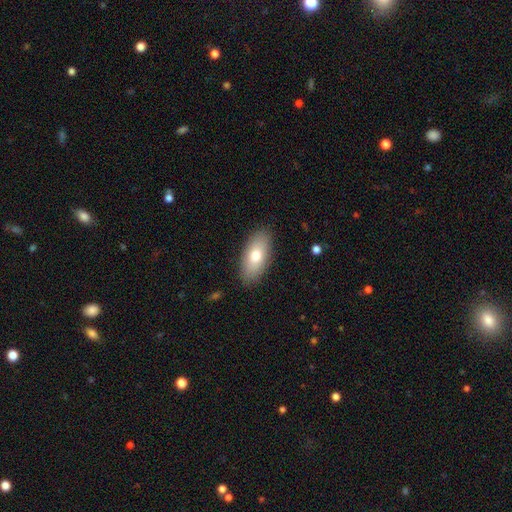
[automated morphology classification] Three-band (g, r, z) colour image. It shows a smooth galaxy with no disk features (74%) that is in between round and cigar-shaped (88%). Merging: none (87%).